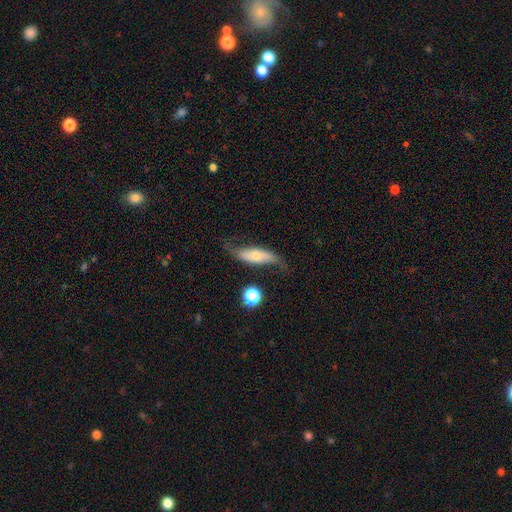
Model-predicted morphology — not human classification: Smooth or featured? Predicted: featured or disk (p=0.55). Edge-on disk? Predicted: no (p=0.75). Merging? Predicted: none (p=0.58).